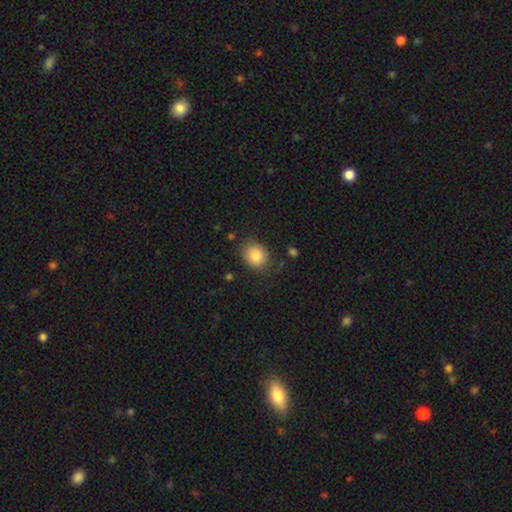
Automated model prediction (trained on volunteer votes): Smooth or featured? Predicted: smooth (p=0.85). How rounded? Predicted: round (p=0.55). Merging? Predicted: none (p=0.79).